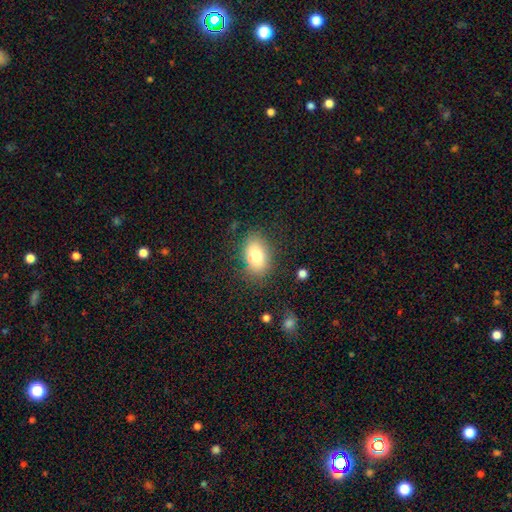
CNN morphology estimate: A smooth galaxy with no disk features (76%) that is in between round and cigar-shaped (82%). Merging: none (79%).